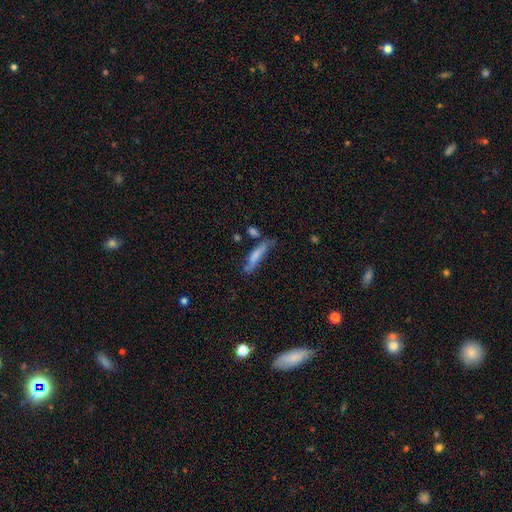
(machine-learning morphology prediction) A smooth galaxy with no disk features (71%) that is cigar-shaped (80%).

Vote fractions:
- Smooth or featured? smooth: 71% / featured or disk: 21% / star or artifact: 8%
- How rounded? cigar-shaped: 80% / in between: 19% / round: 2%
- Merging? none: 49% / minor disturbance: 27% / merger: 12% / major disturbance: 11%